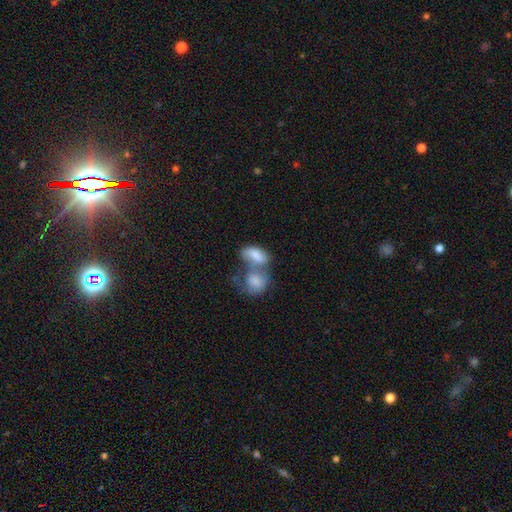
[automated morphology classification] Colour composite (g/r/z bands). It shows a smooth galaxy with no disk features (76%) that is in between round and cigar-shaped (88%). Merging: merger (69%).